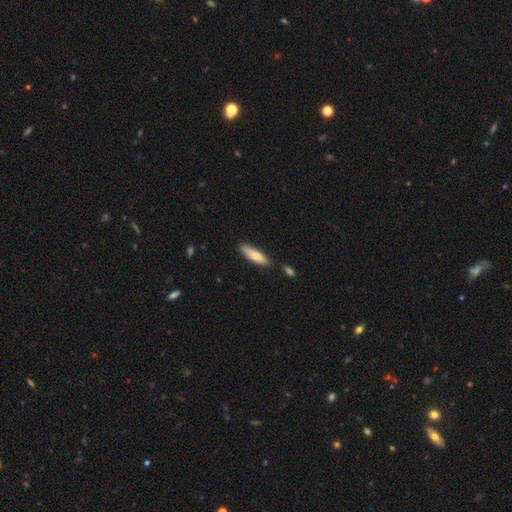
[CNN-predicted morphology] Smooth or featured? Predicted: smooth (p=0.77). How rounded? Predicted: cigar-shaped (p=0.70). Merging? Predicted: none (p=0.78).